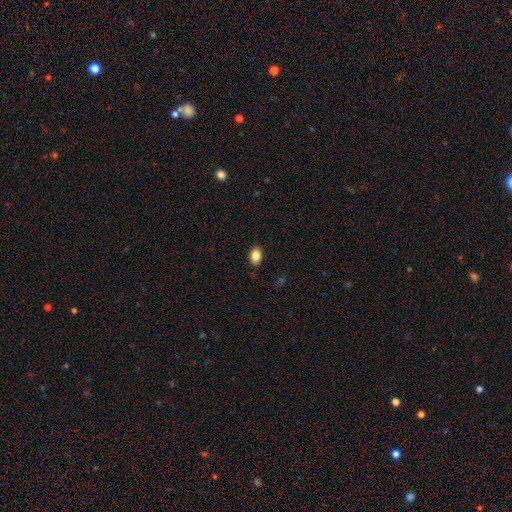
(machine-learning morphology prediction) smooth_or_featured: smooth (p=0.85) [alt: star or artifact p=0.09]
how_rounded: in between (p=0.83) [alt: round p=0.16]
merging: none (p=0.87) [alt: minor disturbance p=0.10]